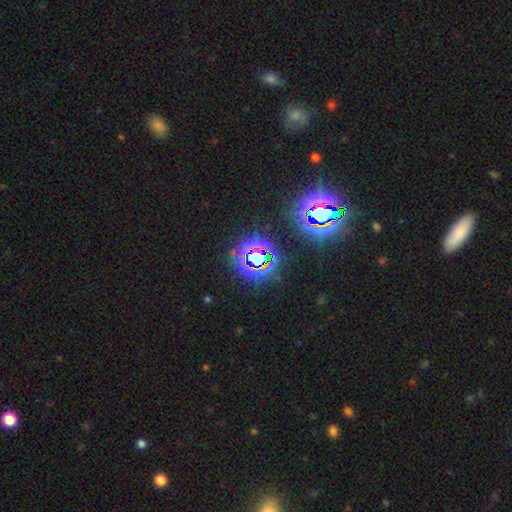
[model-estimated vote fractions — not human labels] A star or artifact, not a galaxy (77%).

Vote fractions:
- Smooth or featured? star or artifact: 77% / smooth: 13% / featured or disk: 10%